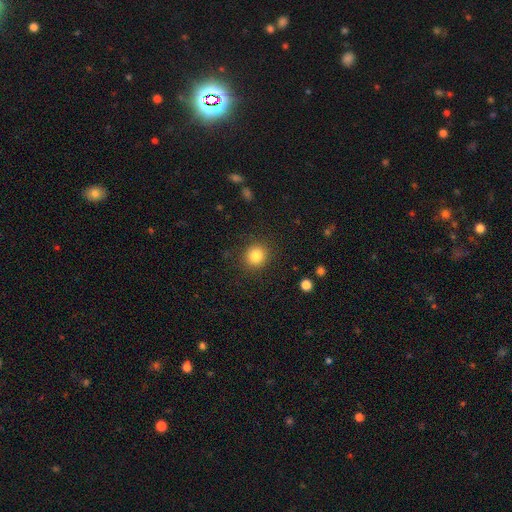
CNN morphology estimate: Overall: smooth (84%). How rounded: round (86%). Merging: none (89%).